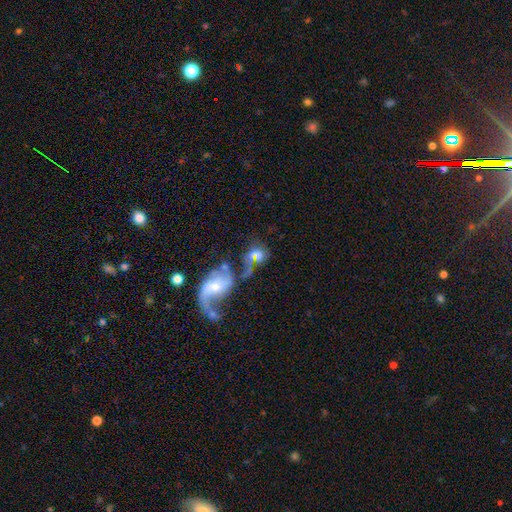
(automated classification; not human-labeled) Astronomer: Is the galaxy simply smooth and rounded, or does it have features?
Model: smooth — 46% (runner-up: featured or disk, 38%).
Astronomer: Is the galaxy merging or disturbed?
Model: merger — 40% (runner-up: none, 29%).